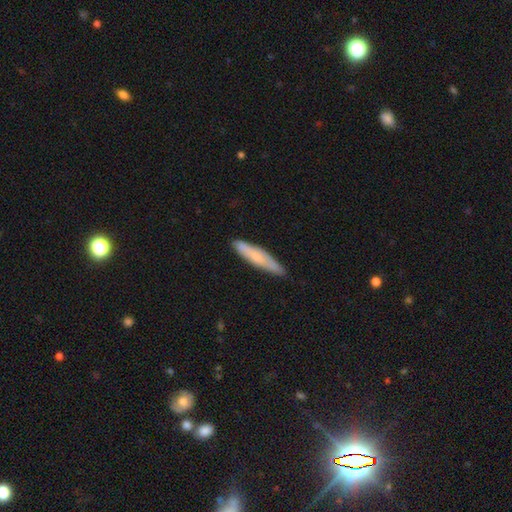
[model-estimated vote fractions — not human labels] Morphology: type=smooth (61%); roundness=cigar-shaped (85%); merging=none (82%).